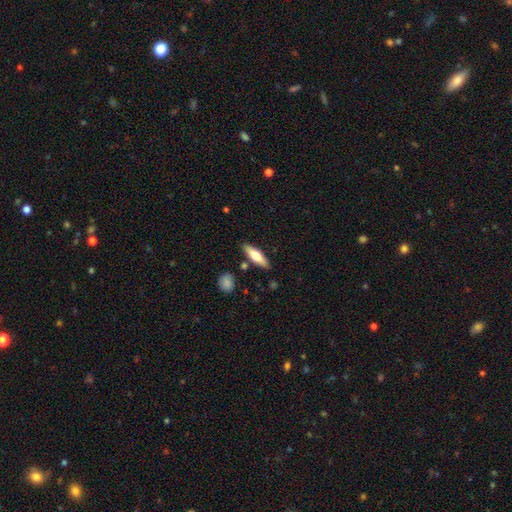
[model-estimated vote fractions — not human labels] Smooth or featured? Predicted: smooth (p=0.60). How rounded? Predicted: cigar-shaped (p=0.56). Merging? Predicted: none (p=0.84).